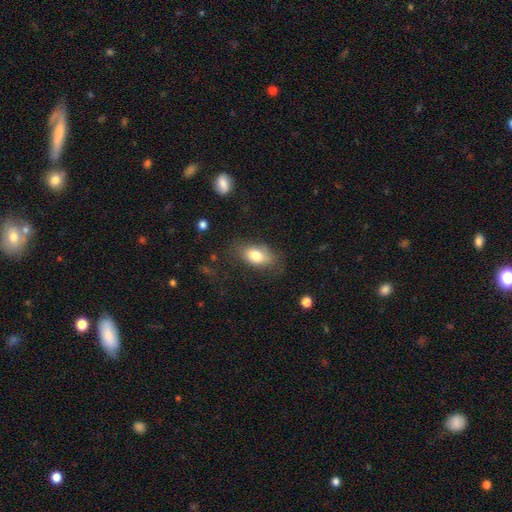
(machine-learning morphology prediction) type=smooth (78%); roundness=in between (88%); merging=none (67%).